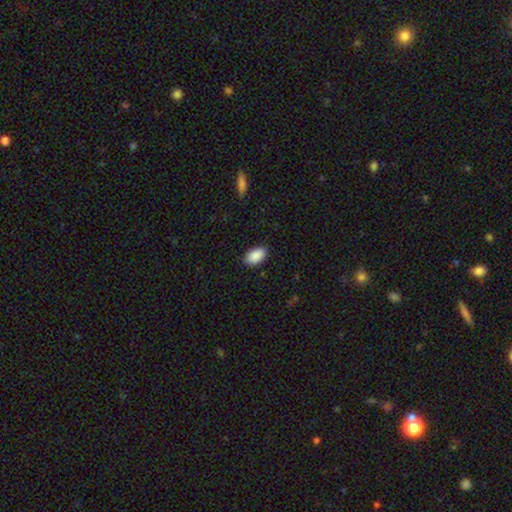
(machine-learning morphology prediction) Q: Smooth or featured?
A: smooth (90%); runner-up: star or artifact (6%)
Q: How rounded?
A: in between (94%); runner-up: round (5%)
Q: Merging?
A: none (86%); runner-up: minor disturbance (10%)